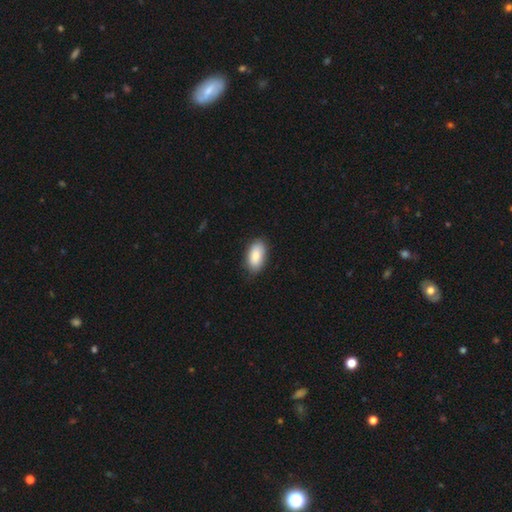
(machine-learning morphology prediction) Smooth or featured? Predicted: smooth (p=0.87). How rounded? Predicted: in between (p=0.94). Merging? Predicted: none (p=0.82).